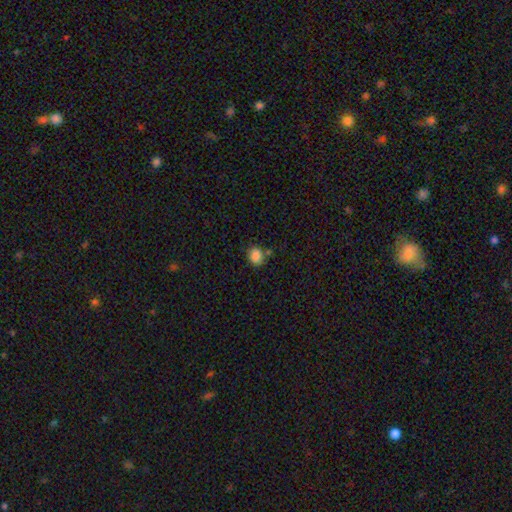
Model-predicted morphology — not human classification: Smooth or featured: smooth — 85% (star or artifact — 10%)
How rounded: round — 52% (in between — 47%)
Merging: none — 71% (minor disturbance — 15%)